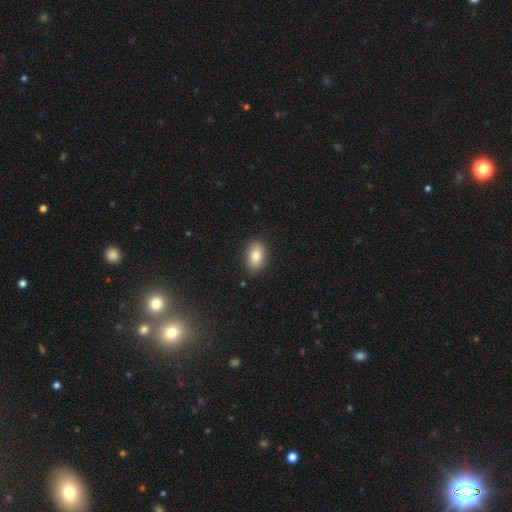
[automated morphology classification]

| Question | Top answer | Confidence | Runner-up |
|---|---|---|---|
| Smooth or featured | smooth | 83% | featured or disk (9%) |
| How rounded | in between | 90% | round (7%) |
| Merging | none | 87% | minor disturbance (9%) |